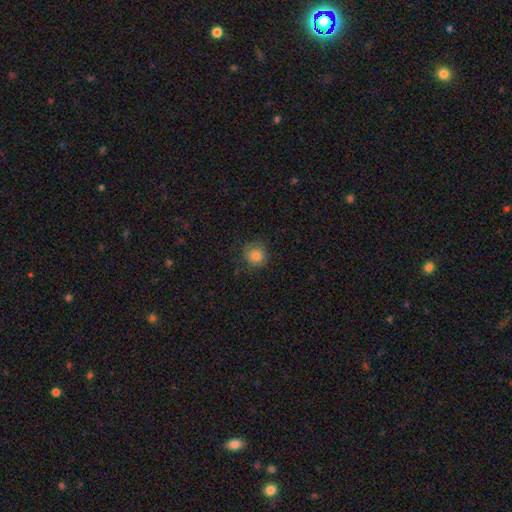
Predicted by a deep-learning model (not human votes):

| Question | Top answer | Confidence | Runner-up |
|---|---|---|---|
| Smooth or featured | smooth | 82% | star or artifact (10%) |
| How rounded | round | 89% | in between (10%) |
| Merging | none | 76% | minor disturbance (18%) |